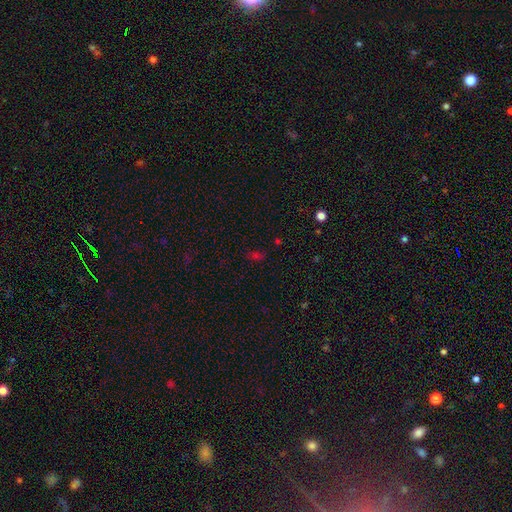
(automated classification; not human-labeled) This is possibly a smooth galaxy (52%). How rounded: likely in between (79%). Merging: likely none (73%).